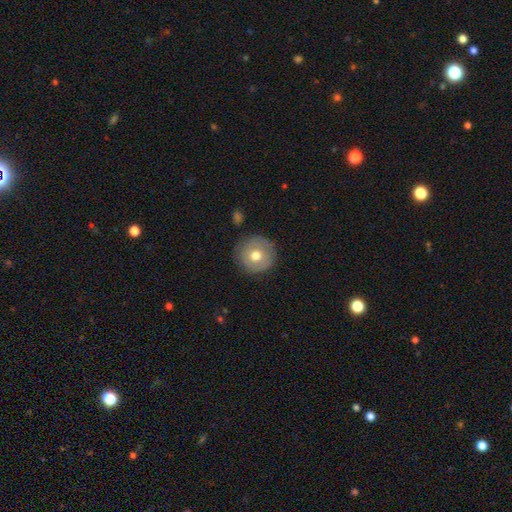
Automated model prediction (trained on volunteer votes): A smooth galaxy with no disk features (65%) that is round (95%).

Vote fractions:
- Smooth or featured? smooth: 65% / featured or disk: 27% / star or artifact: 8%
- How rounded? round: 95% / in between: 4% / cigar-shaped: 1%
- Merging? none: 85% / minor disturbance: 10% / major disturbance: 3% / merger: 2%